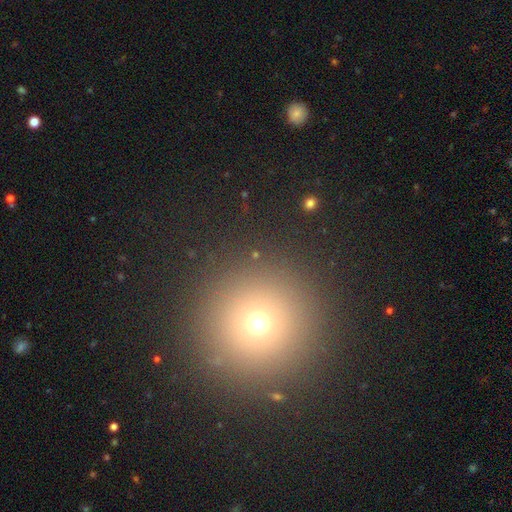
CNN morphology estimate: smooth_or_featured: smooth (p=0.61) [alt: star or artifact p=0.30]
how_rounded: round (p=0.94) [alt: in between p=0.05]
merging: none (p=0.88) [alt: minor disturbance p=0.06]